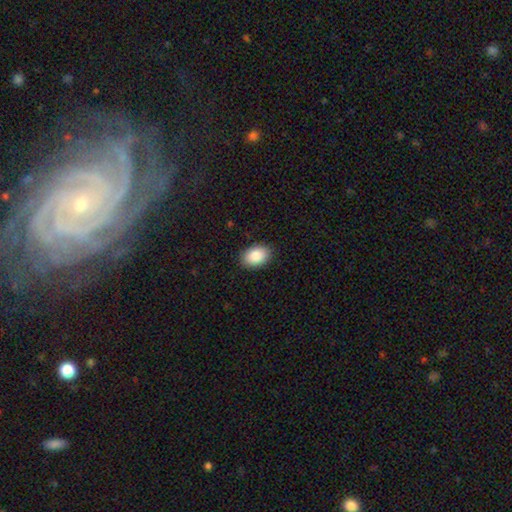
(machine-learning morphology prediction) smooth_or_featured: smooth (p=0.88) [alt: star or artifact p=0.07]
how_rounded: in between (p=0.87) [alt: round p=0.12]
merging: none (p=0.89) [alt: minor disturbance p=0.08]